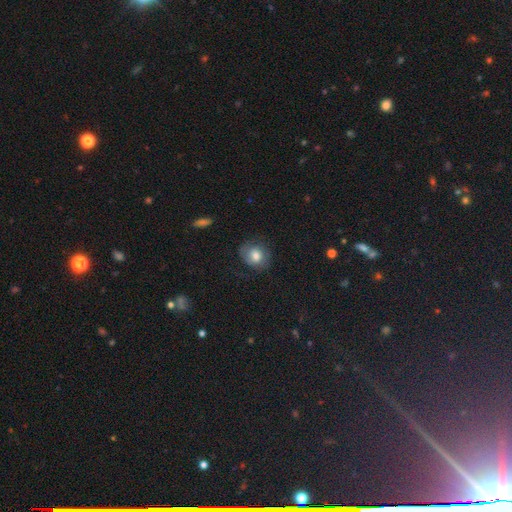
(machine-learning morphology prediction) smooth_or_featured: smooth (p=0.68) [alt: featured or disk p=0.23]
how_rounded: round (p=0.69) [alt: in between p=0.30]
merging: none (p=0.69) [alt: minor disturbance p=0.20]